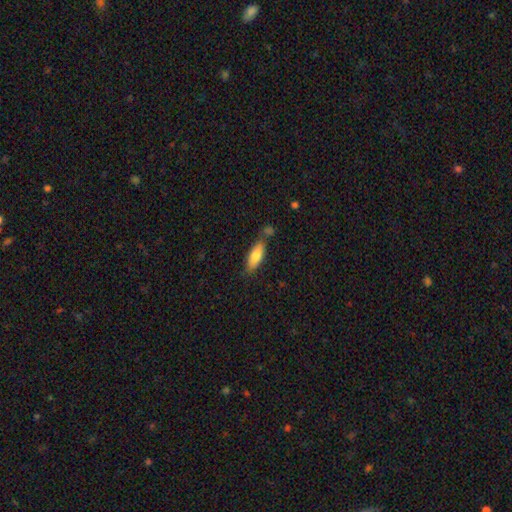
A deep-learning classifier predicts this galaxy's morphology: type=smooth (77%); roundness=in between (68%); merging=none (66%).